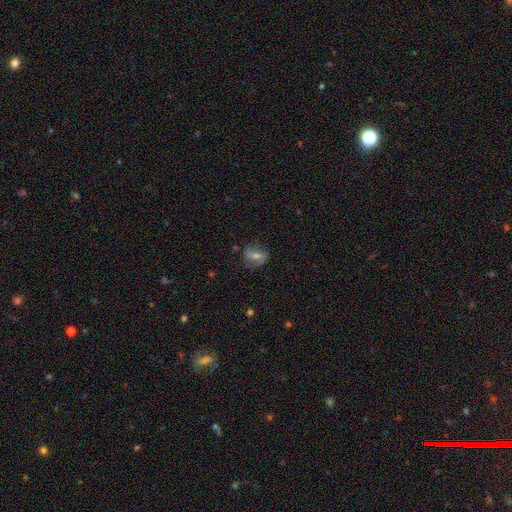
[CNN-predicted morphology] Overall: featured or disk (55%; smooth 31%). Edge-on disk: no (93%). Bar: weak (38%; strong 32%). Spiral arms: yes (71%). Bulge size: moderate (55%; small 37%). Merging: none (70%).